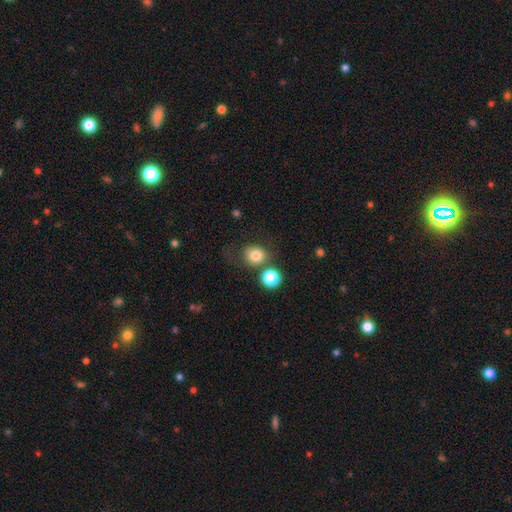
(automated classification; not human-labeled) Smooth or featured? Predicted: smooth (p=0.80). How rounded? Predicted: round (p=0.75). Merging? Predicted: none (p=0.58).